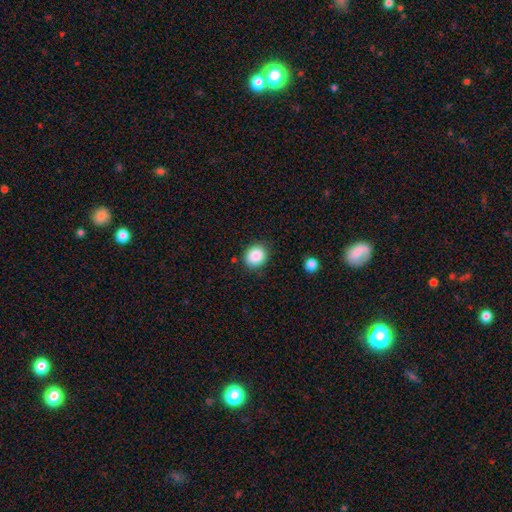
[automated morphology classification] Smooth or featured? smooth (87%)
How rounded? round (70%)
Merging? none (85%)